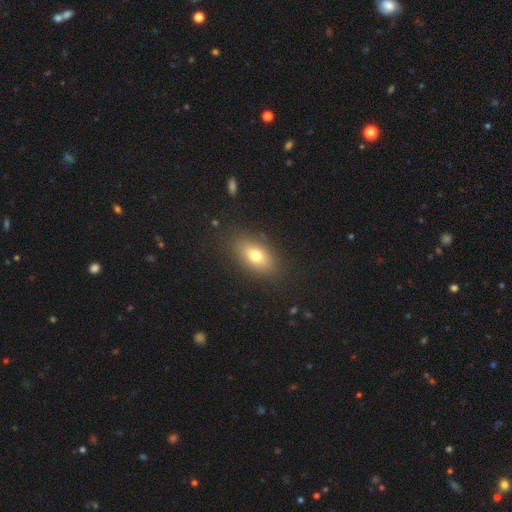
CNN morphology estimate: The model was most divided on "smooth or featured": smooth: 75%, featured or disk: 15%, star or artifact: 10%. More confident: how rounded — in between (86%); merging — none (85%).